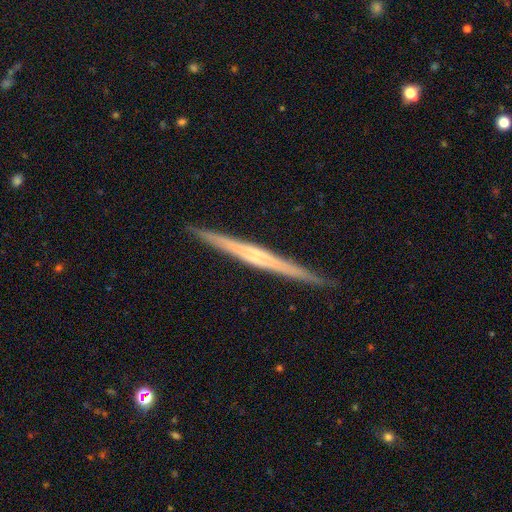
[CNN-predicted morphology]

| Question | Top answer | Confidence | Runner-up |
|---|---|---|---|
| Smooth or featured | featured or disk | 74% | smooth (21%) |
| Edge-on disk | yes | 98% | no (2%) |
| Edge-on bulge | none | 46% | rounded (37%) |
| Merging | none | 92% | minor disturbance (6%) |